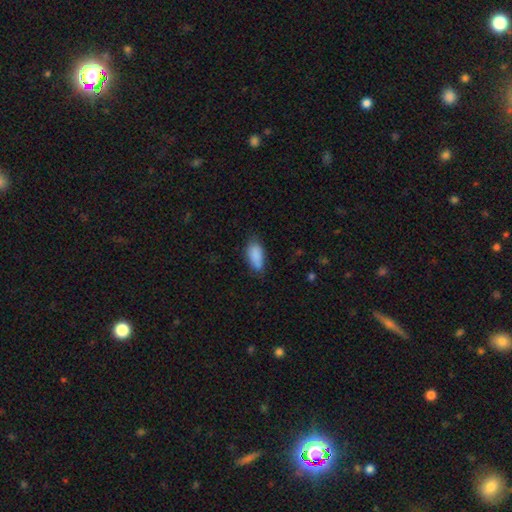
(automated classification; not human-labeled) Q: Smooth or featured?
A: smooth (86%); runner-up: star or artifact (7%)
Q: How rounded?
A: in between (87%); runner-up: cigar-shaped (11%)
Q: Merging?
A: none (65%); runner-up: minor disturbance (26%)